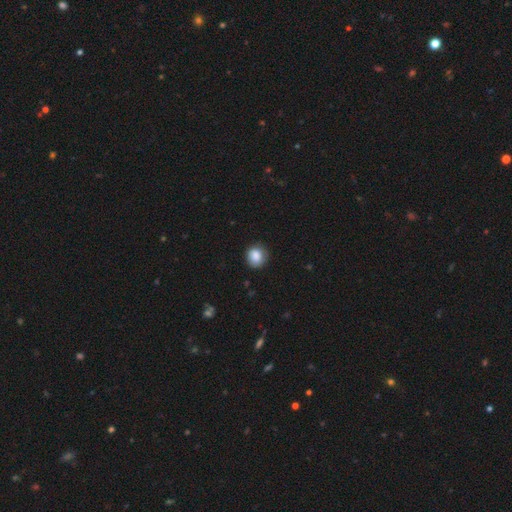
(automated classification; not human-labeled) Smooth or featured? smooth (86%)
How rounded? round (81%)
Merging? none (81%)